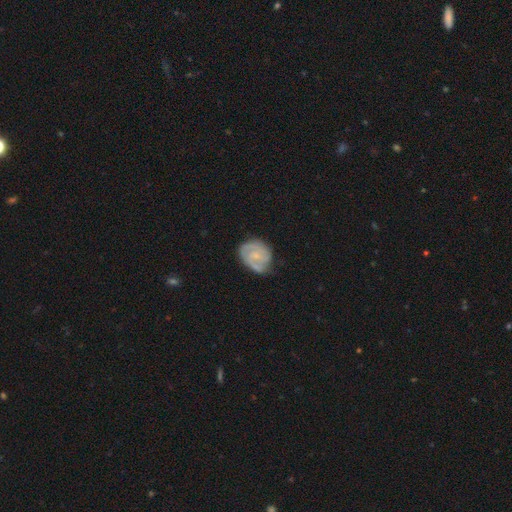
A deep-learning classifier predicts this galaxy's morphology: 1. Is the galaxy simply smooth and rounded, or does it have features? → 73% featured or disk, 21% smooth, 6% star or artifact.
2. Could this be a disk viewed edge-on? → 98% no, 2% yes.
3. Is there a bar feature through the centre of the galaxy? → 60% no, 34% weak, 5% strong.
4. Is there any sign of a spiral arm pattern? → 93% yes, 7% no.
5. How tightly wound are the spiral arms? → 55% tight, 36% medium, 9% loose.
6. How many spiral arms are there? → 47% 2, 24% 3, 17% can't tell, 5% 1, 3% 4, 3% more than 4.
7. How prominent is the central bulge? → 60% small, 19% none, 18% moderate, 1% large, 1% dominant.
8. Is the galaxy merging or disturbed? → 64% none, 26% minor disturbance, 8% major disturbance, 2% merger.